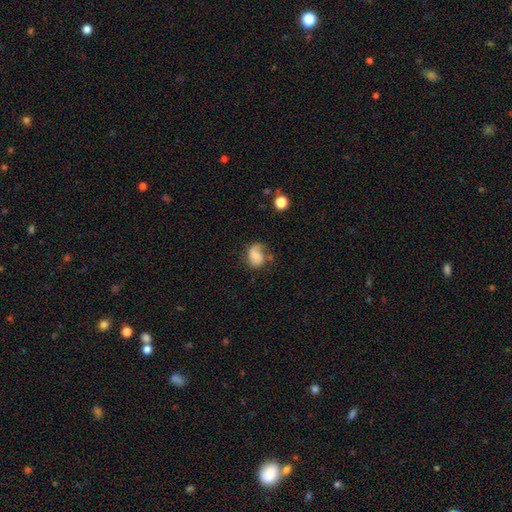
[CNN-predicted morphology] Smooth or featured: smooth — 47% (featured or disk — 44%)
Merging: none — 46% (minor disturbance — 29%)